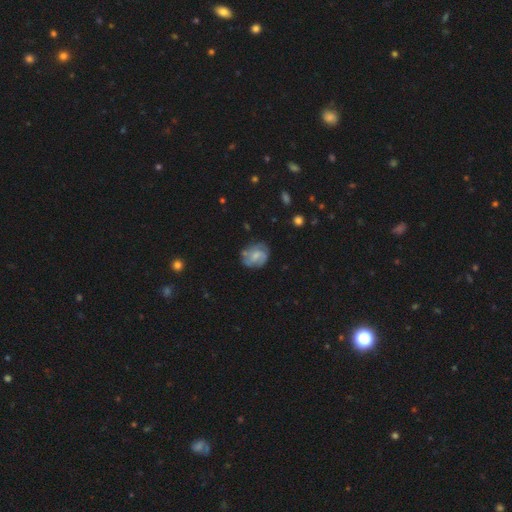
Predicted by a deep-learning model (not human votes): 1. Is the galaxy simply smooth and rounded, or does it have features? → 56% featured or disk, 36% smooth, 8% star or artifact.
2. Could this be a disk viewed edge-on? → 97% no, 3% yes.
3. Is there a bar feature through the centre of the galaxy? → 49% no, 43% weak, 8% strong.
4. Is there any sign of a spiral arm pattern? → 78% yes, 22% no.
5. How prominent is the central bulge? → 45% small, 32% moderate, 19% none, 3% large, 1% dominant.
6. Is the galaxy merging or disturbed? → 63% none, 24% minor disturbance, 9% major disturbance, 4% merger.